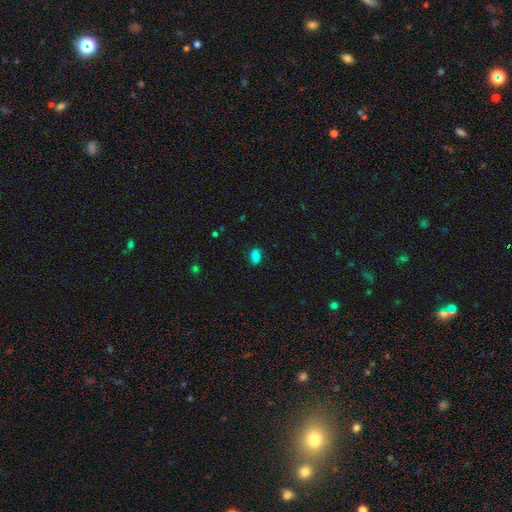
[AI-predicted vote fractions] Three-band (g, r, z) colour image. It shows a smooth galaxy with no disk features (77%) that is in between round and cigar-shaped (80%). Merging: none (83%).